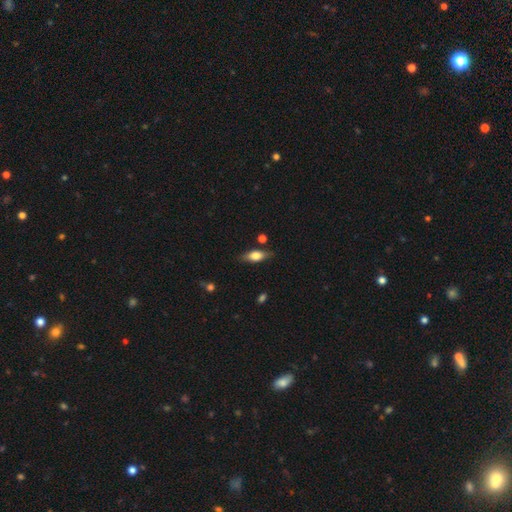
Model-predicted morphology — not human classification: Q: Smooth or featured?
A: smooth (68%); runner-up: featured or disk (26%)
Q: How rounded?
A: in between (77%); runner-up: cigar-shaped (19%)
Q: Merging?
A: none (79%); runner-up: minor disturbance (15%)